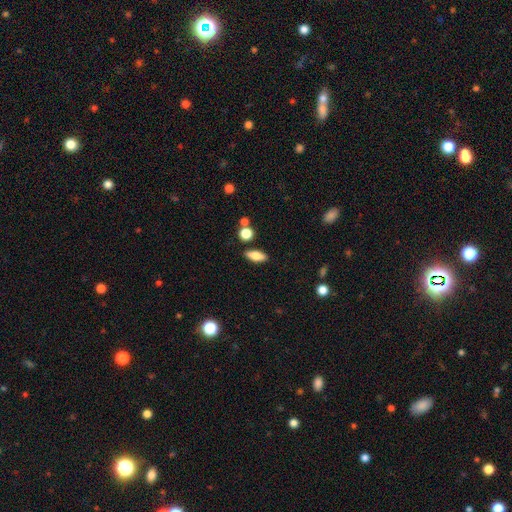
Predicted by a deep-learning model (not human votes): Smooth or featured? smooth (73%)
How rounded? in between (73%)
Merging? none (85%)